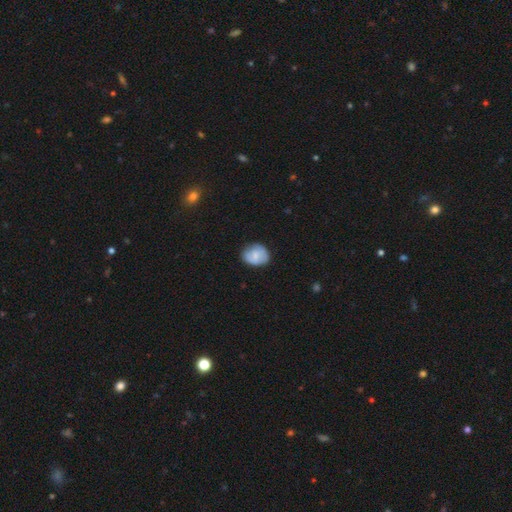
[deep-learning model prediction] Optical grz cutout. It shows a smooth galaxy with no disk features (73%) that is round (53%). Merging: none (71%).